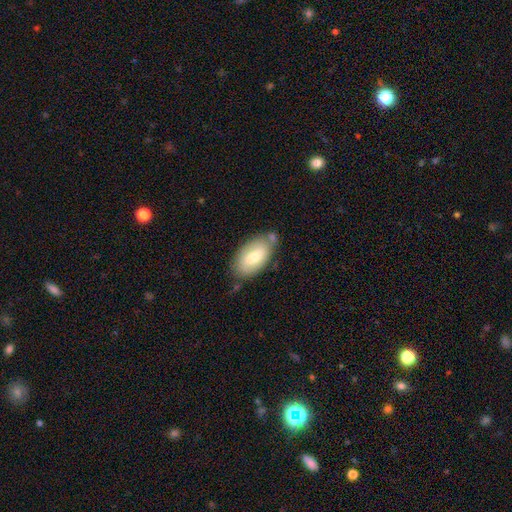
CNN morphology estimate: Smooth or featured? Predicted: smooth (p=0.69). How rounded? Predicted: in between (p=0.94). Merging? Predicted: none (p=0.67).